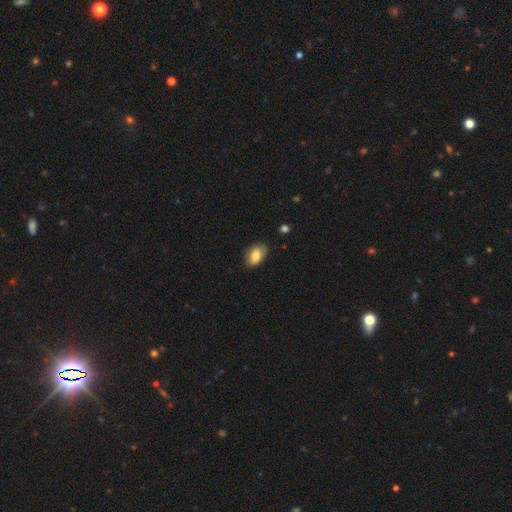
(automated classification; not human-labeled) Smooth or featured? smooth (81%)
How rounded? in between (90%)
Merging? none (75%)